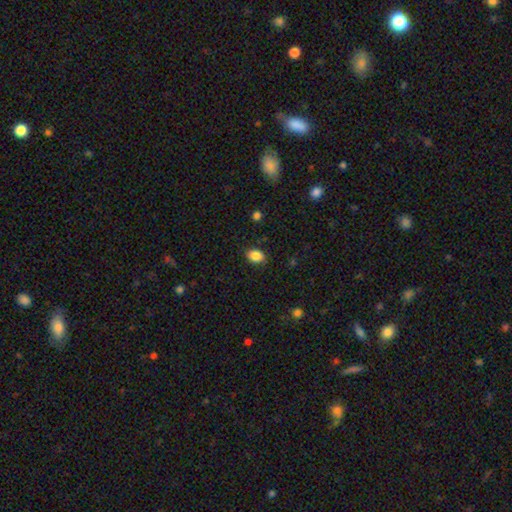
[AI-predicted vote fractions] Smooth or featured? smooth (87%)
How rounded? in between (76%)
Merging? none (86%)